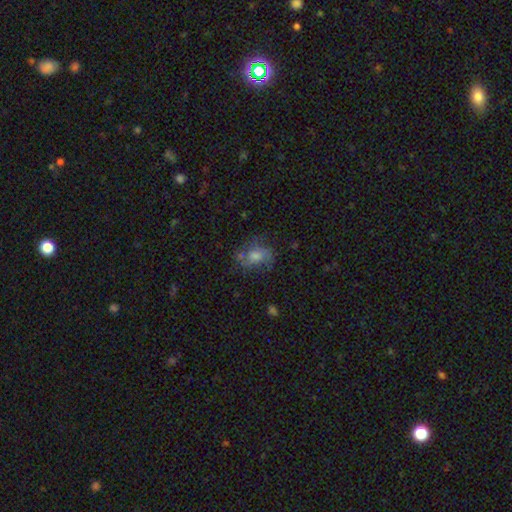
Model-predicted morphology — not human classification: Smooth or featured?
  - smooth: 44% *
  - featured or disk: 41%
  - star or artifact: 15%
Merging?
  - none: 56% *
  - minor disturbance: 23%
  - major disturbance: 17%
  - merger: 5%